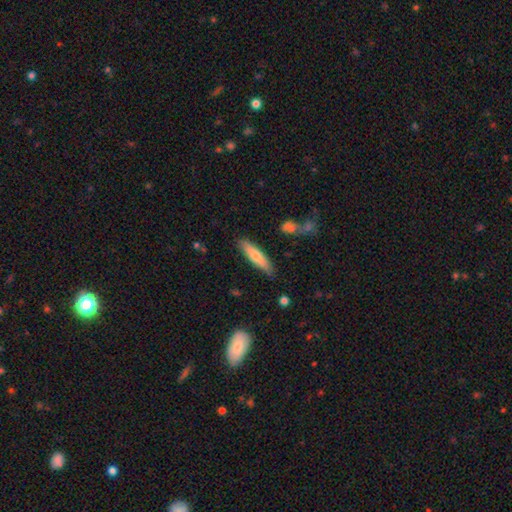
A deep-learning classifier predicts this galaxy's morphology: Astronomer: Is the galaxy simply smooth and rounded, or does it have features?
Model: smooth — 67%.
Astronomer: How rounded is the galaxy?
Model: cigar-shaped — 77%.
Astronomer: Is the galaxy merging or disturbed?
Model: none — 85%.